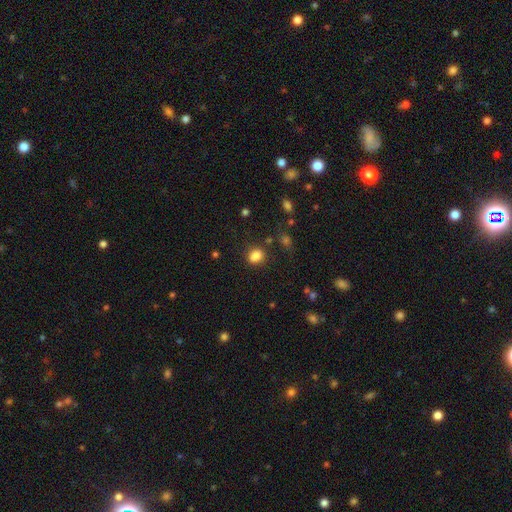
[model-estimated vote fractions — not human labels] Morphology: type=smooth (82%); roundness=round (52%); merging=none (71%).